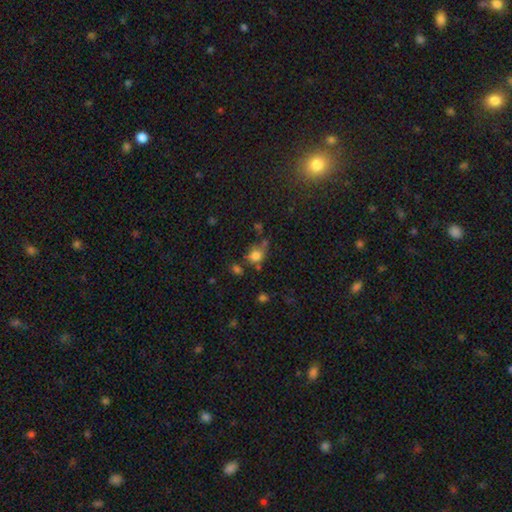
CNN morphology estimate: Smooth or featured: smooth — 75% (star or artifact — 15%)
How rounded: round — 68% (in between — 30%)
Merging: none — 49% (minor disturbance — 21%)